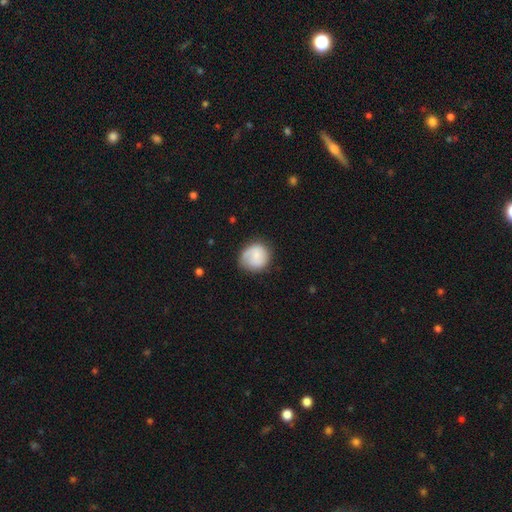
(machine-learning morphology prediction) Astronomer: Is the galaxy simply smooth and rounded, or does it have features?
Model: smooth — 73%.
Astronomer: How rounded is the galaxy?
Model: round — 82%.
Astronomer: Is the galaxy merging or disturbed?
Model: none — 69%.